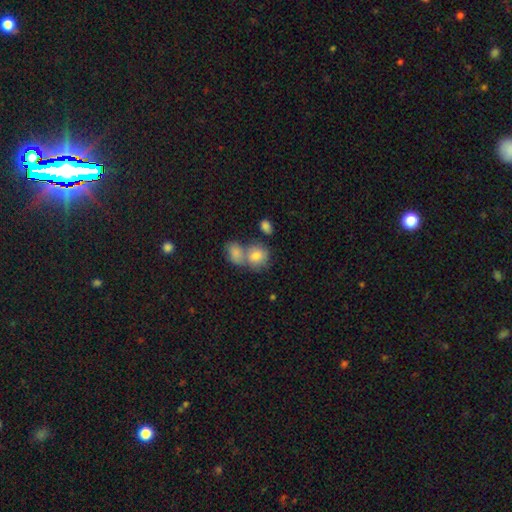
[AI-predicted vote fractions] Morphology: type=smooth (78%); roundness=round (68%); merging=merger (49%).